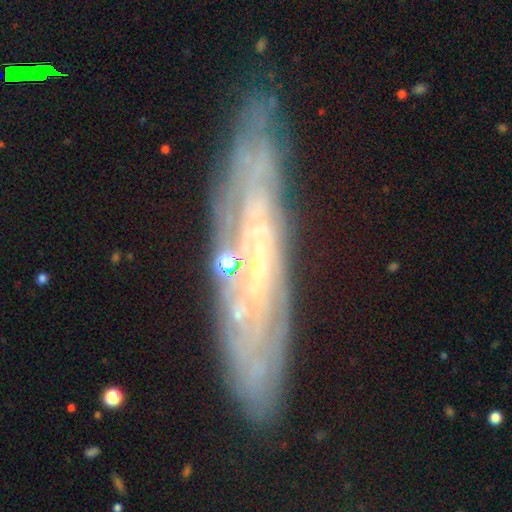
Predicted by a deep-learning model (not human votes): A featured or disk galaxy (73%). Merging: none (77%).